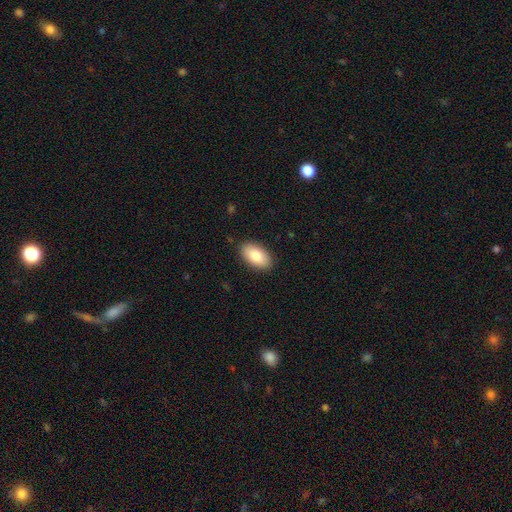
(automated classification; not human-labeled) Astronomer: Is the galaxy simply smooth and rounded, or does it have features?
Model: smooth — 83%.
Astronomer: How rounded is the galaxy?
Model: in between — 94%.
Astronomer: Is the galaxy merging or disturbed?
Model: none — 89%.